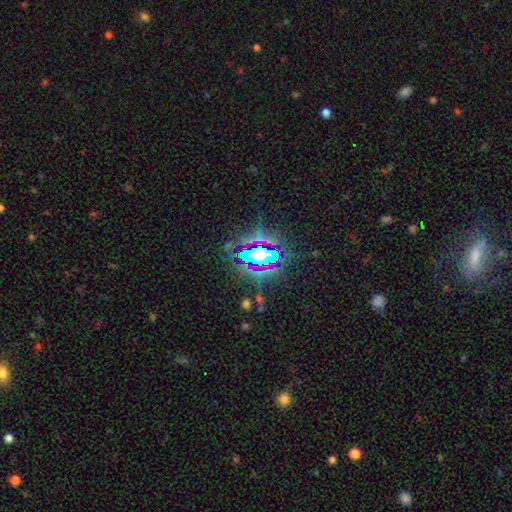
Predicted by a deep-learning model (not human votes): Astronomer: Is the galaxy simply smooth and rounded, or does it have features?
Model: star or artifact — 66%.